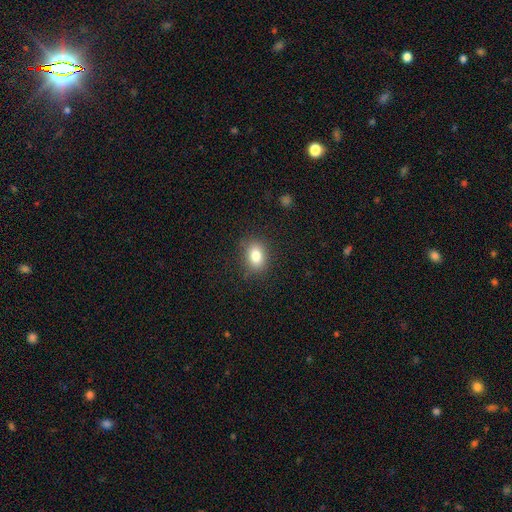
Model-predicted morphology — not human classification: smooth-or-featured: smooth: 82% | star or artifact: 10% | featured or disk: 8%
  how-rounded: in between: 58% | round: 41% | cigar-shaped: 1%
  merging: none: 85% | minor disturbance: 11% | major disturbance: 3% | merger: 1%